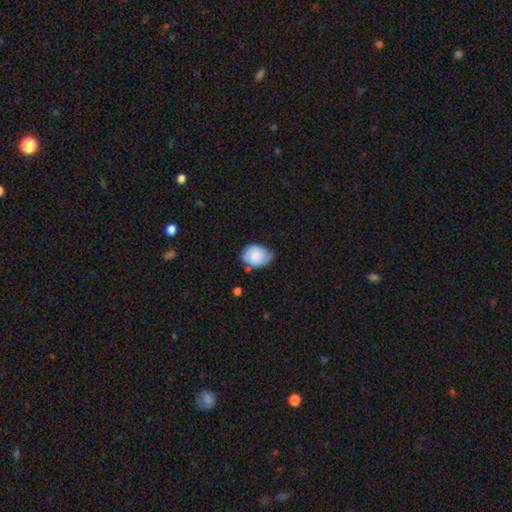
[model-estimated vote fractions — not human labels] A smooth galaxy with no disk features (74%) that is in between round and cigar-shaped (61%). Merging: none (45%).